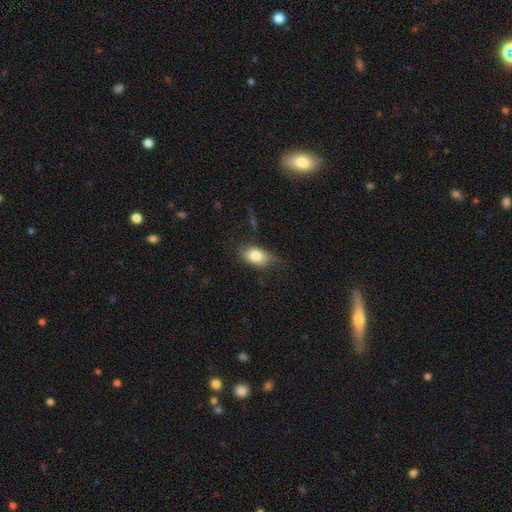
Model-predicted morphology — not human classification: The model was most divided on "merging": none: 62%, minor disturbance: 28%, major disturbance: 9%, merger: 2%. More confident: how rounded — in between (86%); smooth or featured — smooth (80%).